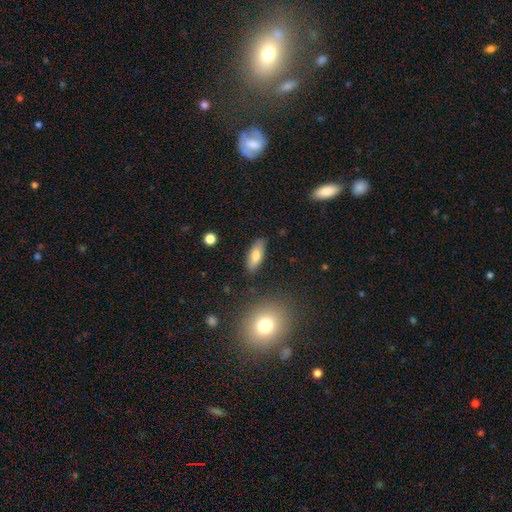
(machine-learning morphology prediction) A smooth galaxy with no disk features (76%) that is in between round and cigar-shaped (76%).

Vote fractions:
- Smooth or featured? smooth: 76% / featured or disk: 17% / star or artifact: 7%
- How rounded? in between: 76% / cigar-shaped: 21% / round: 3%
- Merging? none: 84% / minor disturbance: 11% / major disturbance: 2% / merger: 2%